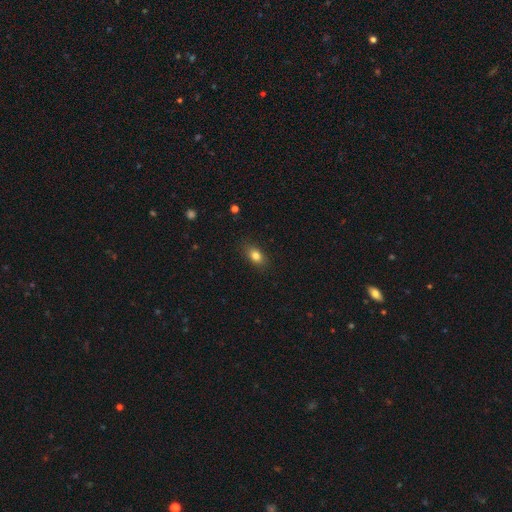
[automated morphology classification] Overall: smooth (81%). How rounded: in between (82%). Merging: none (85%).